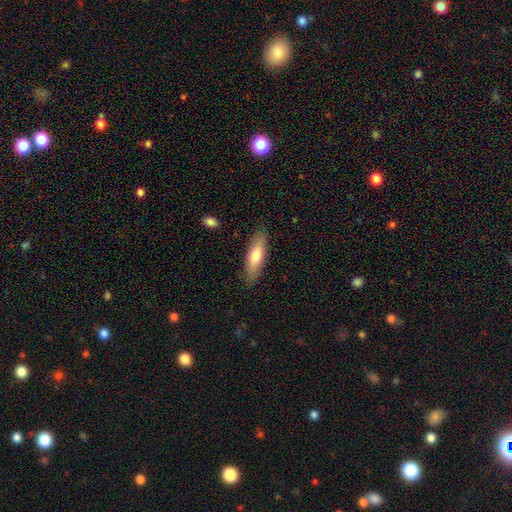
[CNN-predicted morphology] smooth 70%, featured or disk 25%, star or artifact 6%. Down the decision tree: how rounded — cigar-shaped (50%); merging — none (86%).